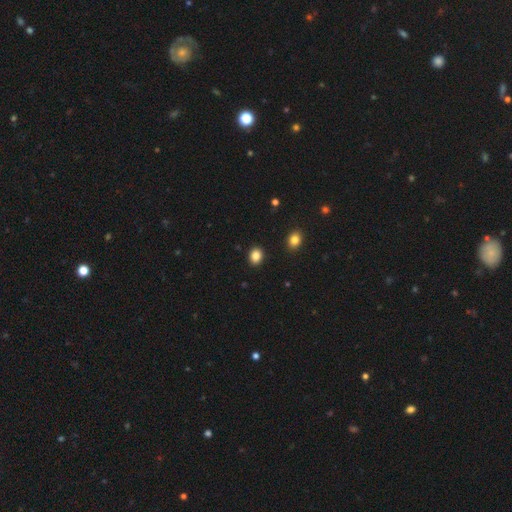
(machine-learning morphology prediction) Smooth or featured? smooth (87%)
How rounded? in between (51%)
Merging? none (90%)